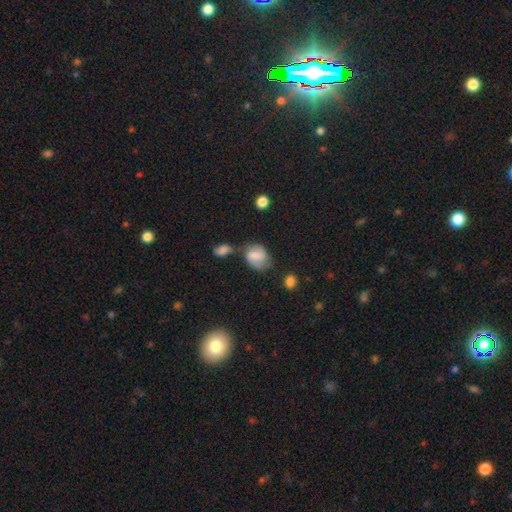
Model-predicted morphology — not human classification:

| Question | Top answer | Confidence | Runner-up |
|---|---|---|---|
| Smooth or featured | smooth | 57% | featured or disk (34%) |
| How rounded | in between | 61% | round (38%) |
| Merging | none | 46% | minor disturbance (23%) |